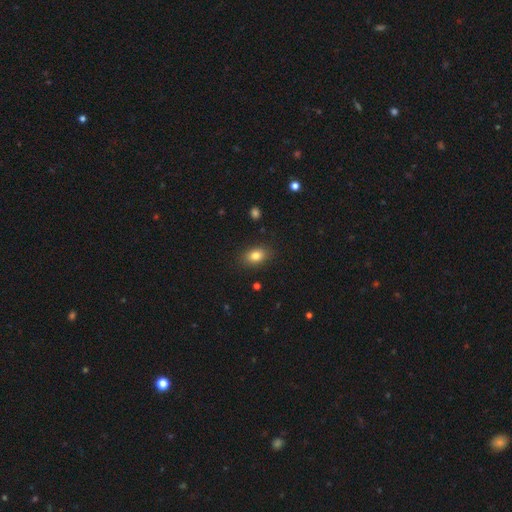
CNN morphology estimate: Overall: smooth (82%). How rounded: in between (80%). Merging: none (86%).